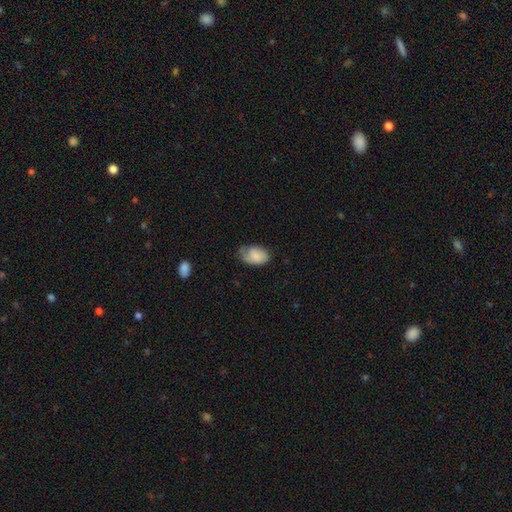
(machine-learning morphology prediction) This is likely a smooth galaxy (67%). How rounded: clearly in between (87%). Merging: marginally none (44%).